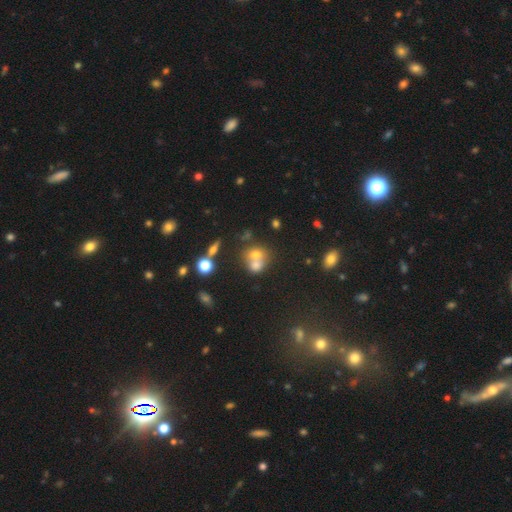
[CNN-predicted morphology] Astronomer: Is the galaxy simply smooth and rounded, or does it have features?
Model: smooth — 59%.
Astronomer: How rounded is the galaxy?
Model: round — 68%.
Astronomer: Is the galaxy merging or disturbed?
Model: merger — 58%.